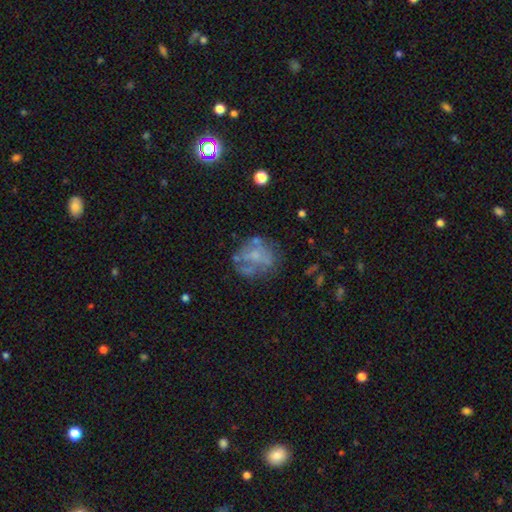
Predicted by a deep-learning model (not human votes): Smooth or featured? featured or disk (56%)
Edge-on disk? no (98%)
Bar? no (85%)
Spiral arms? no (77%)
Bulge size? none (41%)
Merging? none (52%)